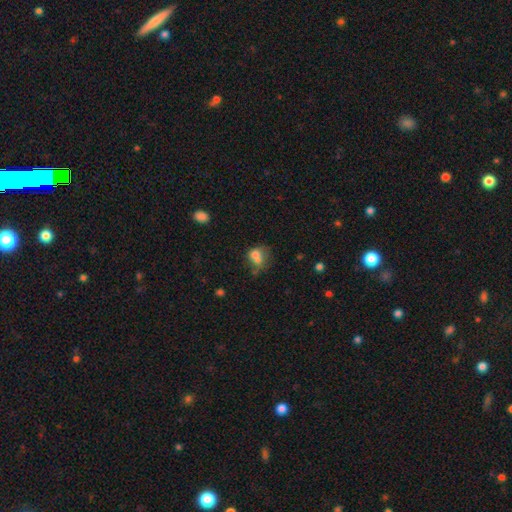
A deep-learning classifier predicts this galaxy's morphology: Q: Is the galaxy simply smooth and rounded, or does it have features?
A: smooth — 70%.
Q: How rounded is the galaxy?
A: round — 56%.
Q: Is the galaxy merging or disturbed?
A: merger — 50%.